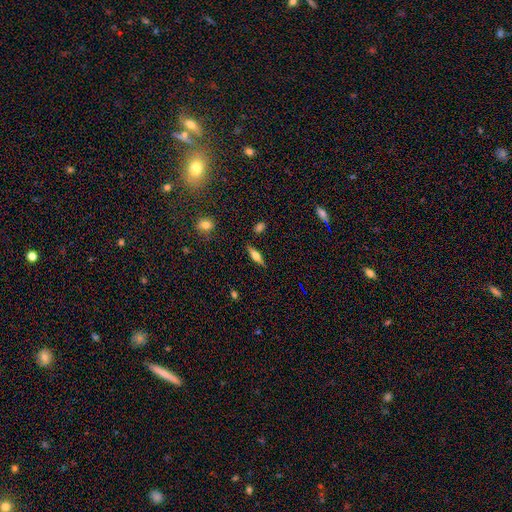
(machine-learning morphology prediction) A featured or disk galaxy (51%) viewed edge-on (93%). Merging: none (86%).